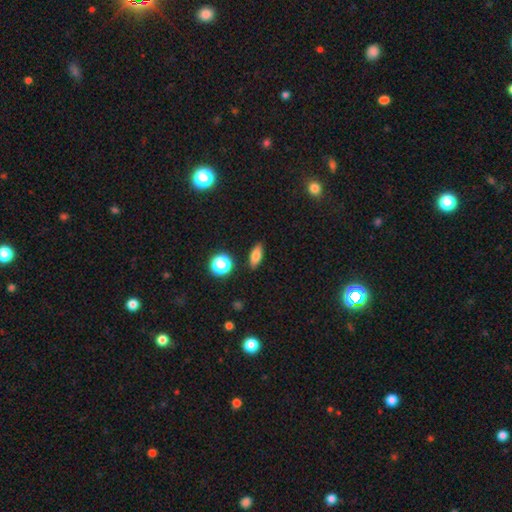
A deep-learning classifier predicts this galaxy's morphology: smooth 79%, star or artifact 11%, featured or disk 9%. Down the decision tree: how rounded — in between (76%); merging — none (88%).